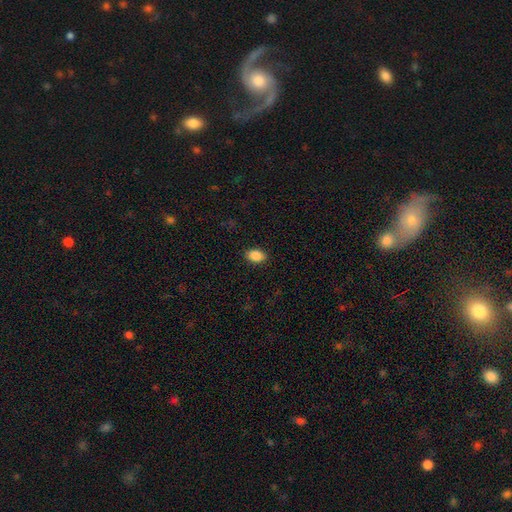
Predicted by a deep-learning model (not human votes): Smooth or featured? smooth (88%)
How rounded? in between (86%)
Merging? none (88%)